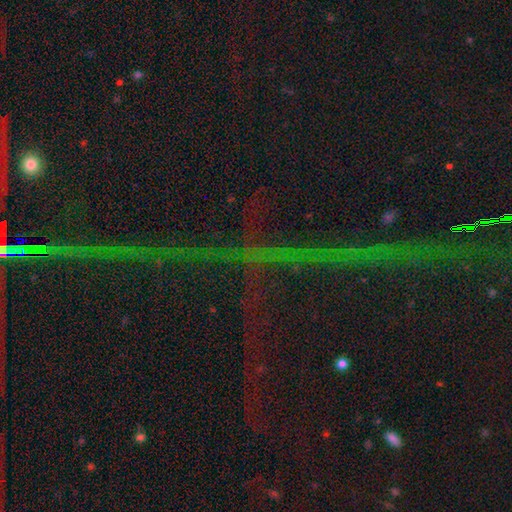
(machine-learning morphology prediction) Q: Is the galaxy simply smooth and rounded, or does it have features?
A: star or artifact — 84%.